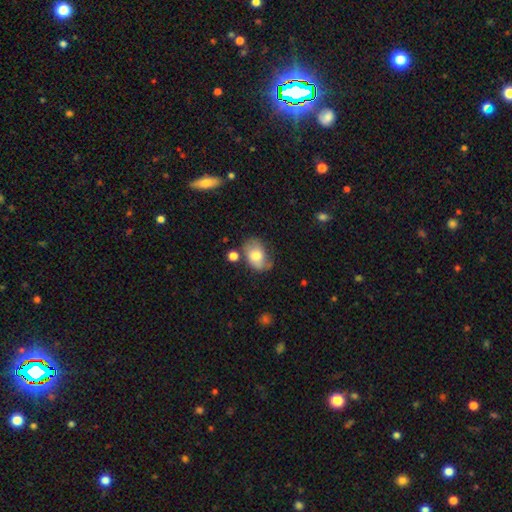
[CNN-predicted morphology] smooth_or_featured: smooth (p=0.64) [alt: featured or disk p=0.28]
how_rounded: in between (p=0.82) [alt: round p=0.16]
merging: none (p=0.53) [alt: minor disturbance p=0.29]